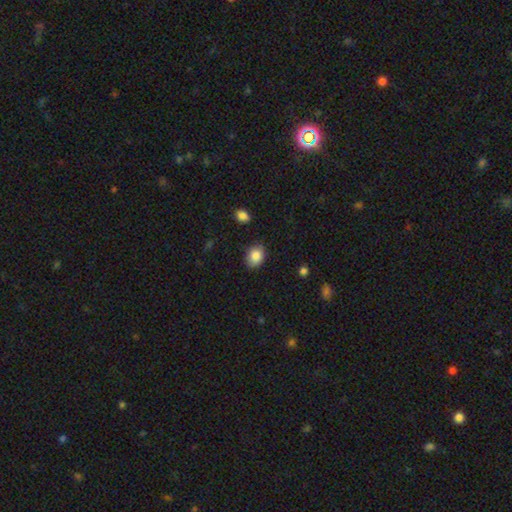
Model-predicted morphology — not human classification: The model was most divided on "how rounded": in between: 68%, round: 32%, cigar-shaped: 1%. More confident: smooth or featured — smooth (85%); merging — none (84%).